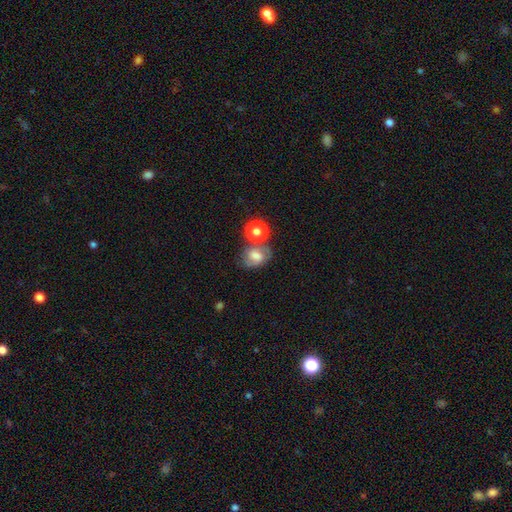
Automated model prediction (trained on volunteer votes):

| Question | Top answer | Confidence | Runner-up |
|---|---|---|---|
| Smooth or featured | smooth | 48% | featured or disk (40%) |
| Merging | none | 53% | merger (22%) |